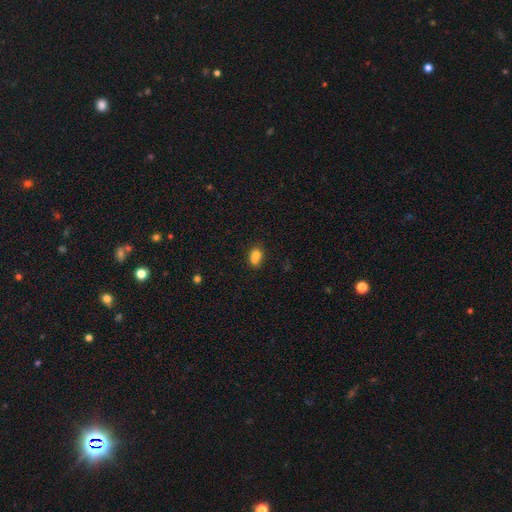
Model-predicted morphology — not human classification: smooth 75%, featured or disk 14%, star or artifact 11%. Down the decision tree: how rounded — in between (53%); merging — merger (40%).